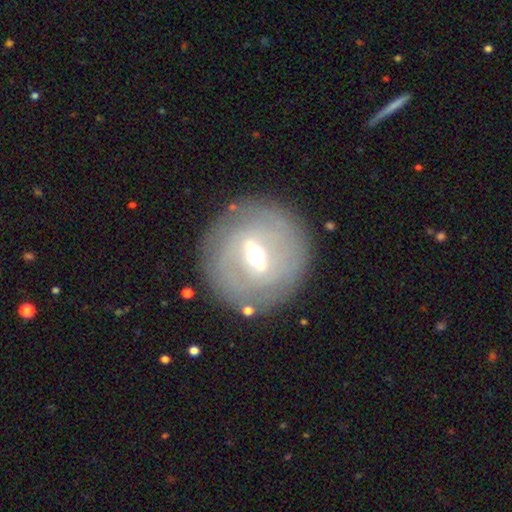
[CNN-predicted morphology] Smooth or featured? featured or disk (73%)
Edge-on disk? no (84%)
Bar? weak (46%)
Spiral arms? no (54%)
Bulge size? moderate (69%)
Merging? none (83%)